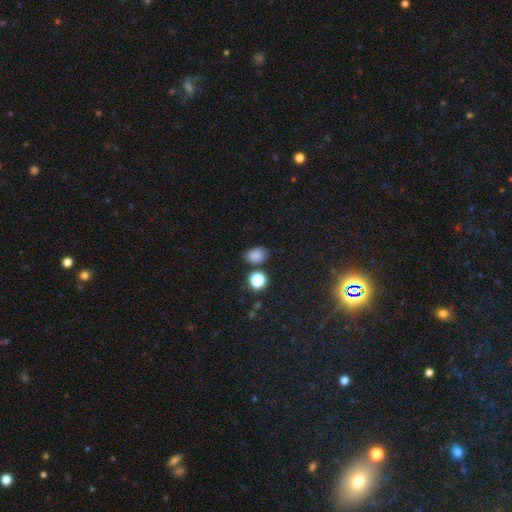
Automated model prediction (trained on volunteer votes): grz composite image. It shows a smooth galaxy with no disk features (82%) that is in between round and cigar-shaped (70%). Merging: none (74%).